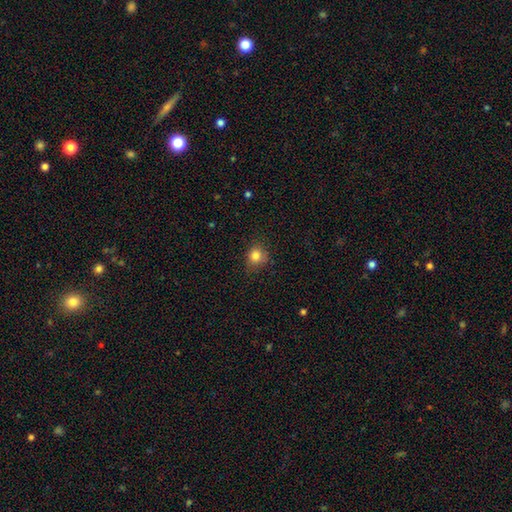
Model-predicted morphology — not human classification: Smooth or featured? Predicted: smooth (p=0.82). How rounded? Predicted: round (p=0.79). Merging? Predicted: none (p=0.80).